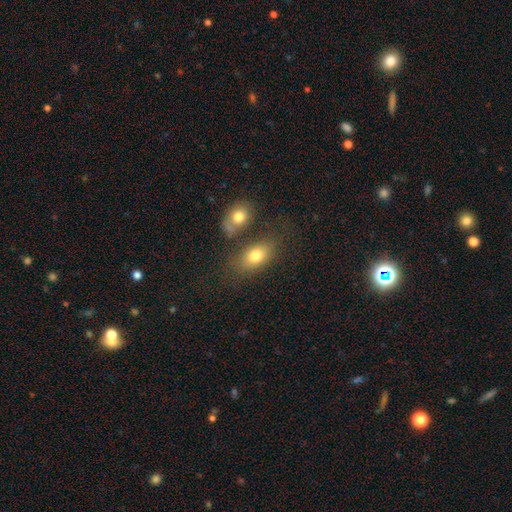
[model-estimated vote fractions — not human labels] Morphology: type=smooth (75%); roundness=in between (84%); merging=none (60%).